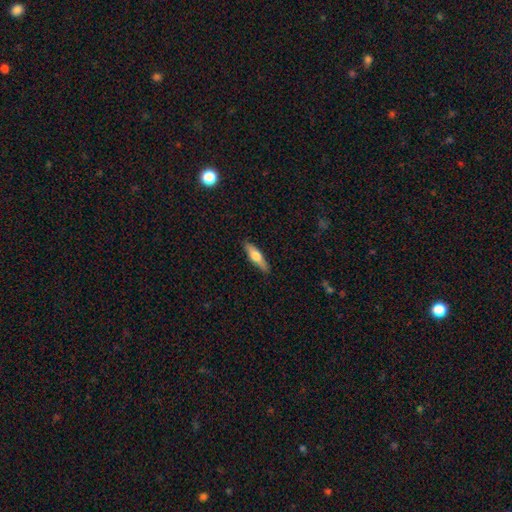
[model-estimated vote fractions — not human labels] The model was most divided on "smooth or featured": smooth: 53%, featured or disk: 41%, star or artifact: 6%. More confident: merging — none (88%); how rounded — cigar-shaped (70%).